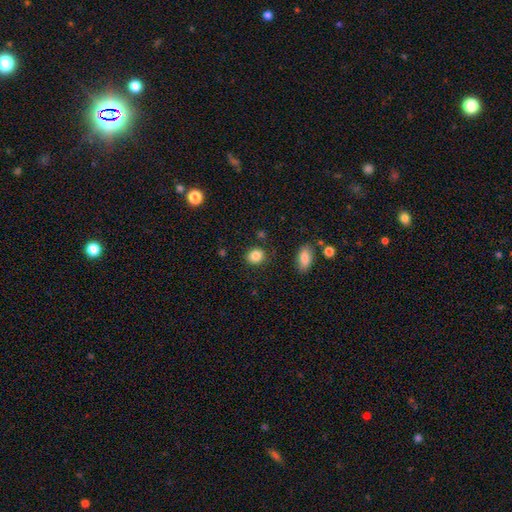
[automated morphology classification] smooth_or_featured: smooth (p=0.85) [alt: star or artifact p=0.09]
how_rounded: round (p=0.72) [alt: in between p=0.27]
merging: none (p=0.86) [alt: minor disturbance p=0.09]